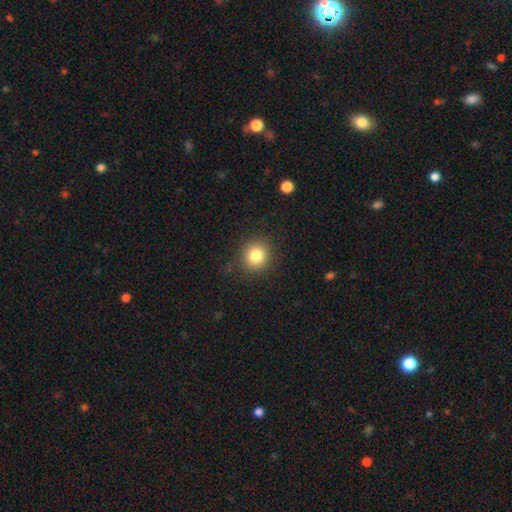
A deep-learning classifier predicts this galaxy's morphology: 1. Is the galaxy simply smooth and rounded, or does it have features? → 82% smooth, 11% star or artifact, 7% featured or disk.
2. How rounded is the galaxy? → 89% round, 10% in between, 1% cigar-shaped.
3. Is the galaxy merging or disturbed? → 88% none, 8% minor disturbance, 3% major disturbance, 1% merger.